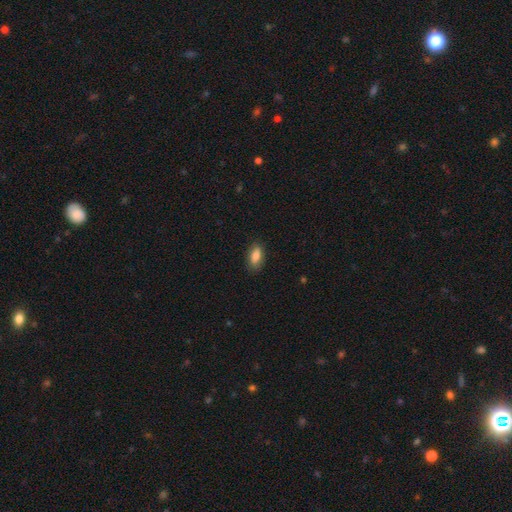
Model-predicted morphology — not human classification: Smooth or featured?
  - smooth: 85% *
  - featured or disk: 8%
  - star or artifact: 7%
How rounded?
  - in between: 86% *
  - cigar-shaped: 10%
  - round: 4%
Merging?
  - none: 82% *
  - minor disturbance: 14%
  - major disturbance: 3%
  - merger: 1%